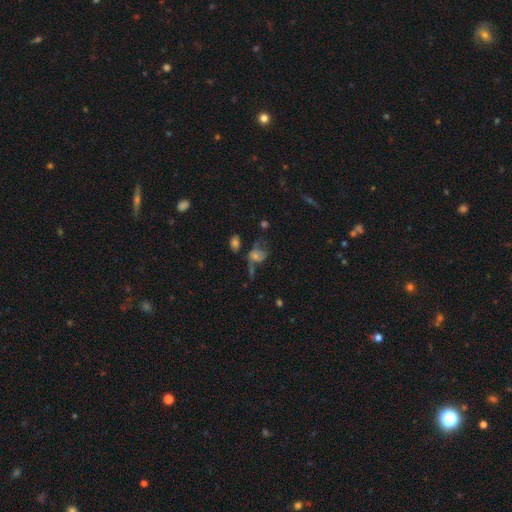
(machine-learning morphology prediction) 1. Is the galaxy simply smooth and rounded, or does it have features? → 37% smooth, 36% featured or disk, 27% star or artifact.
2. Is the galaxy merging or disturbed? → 34% none, 29% major disturbance, 18% merger, 18% minor disturbance.